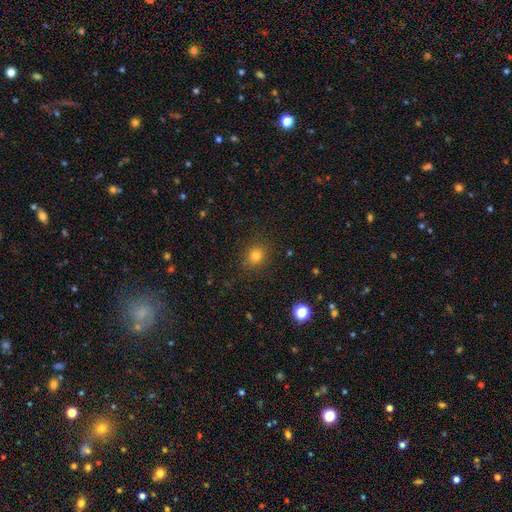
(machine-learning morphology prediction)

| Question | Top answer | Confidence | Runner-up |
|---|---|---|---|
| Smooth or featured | smooth | 79% | star or artifact (15%) |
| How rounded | round | 77% | in between (22%) |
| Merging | none | 86% | minor disturbance (10%) |